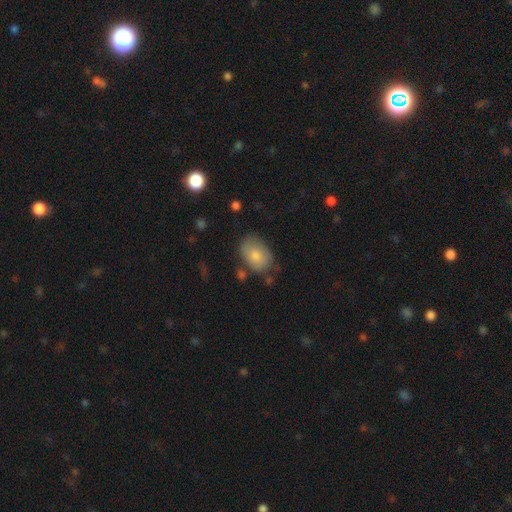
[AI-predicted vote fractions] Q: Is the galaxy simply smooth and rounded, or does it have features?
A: smooth — 78%.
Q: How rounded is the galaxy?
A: in between — 84%.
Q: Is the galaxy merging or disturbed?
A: none — 62%.